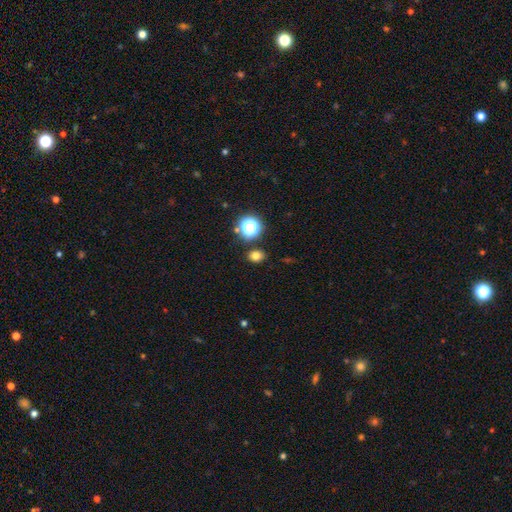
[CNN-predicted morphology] Smooth or featured? Predicted: smooth (p=0.75). How rounded? Predicted: round (p=0.52). Merging? Predicted: none (p=0.85).